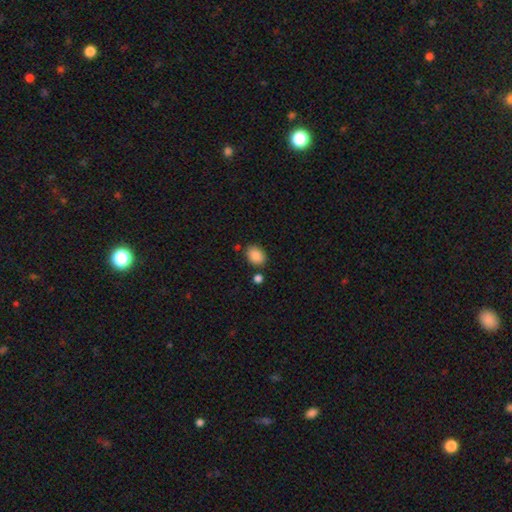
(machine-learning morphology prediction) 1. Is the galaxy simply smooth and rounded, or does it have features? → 87% smooth, 8% star or artifact, 4% featured or disk.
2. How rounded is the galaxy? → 70% in between, 29% round, 1% cigar-shaped.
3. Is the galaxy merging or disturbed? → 79% none, 12% minor disturbance, 7% merger, 3% major disturbance.